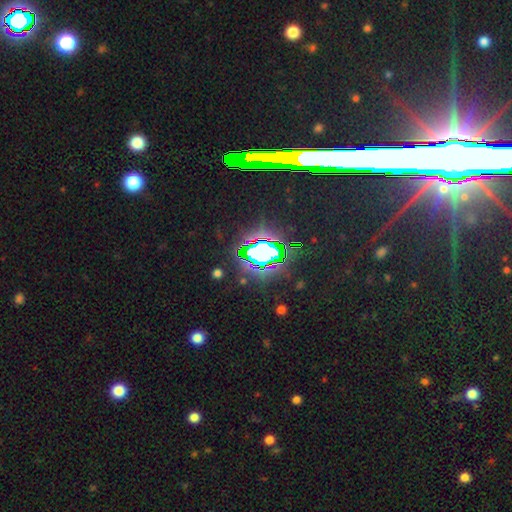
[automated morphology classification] Overall: star or artifact (78%).